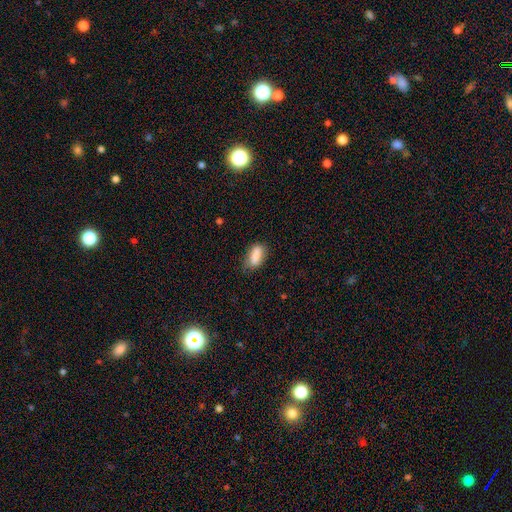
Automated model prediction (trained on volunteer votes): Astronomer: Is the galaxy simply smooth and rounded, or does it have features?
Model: smooth — 84%.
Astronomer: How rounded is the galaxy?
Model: in between — 83%.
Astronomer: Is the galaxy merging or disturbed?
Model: none — 69%.